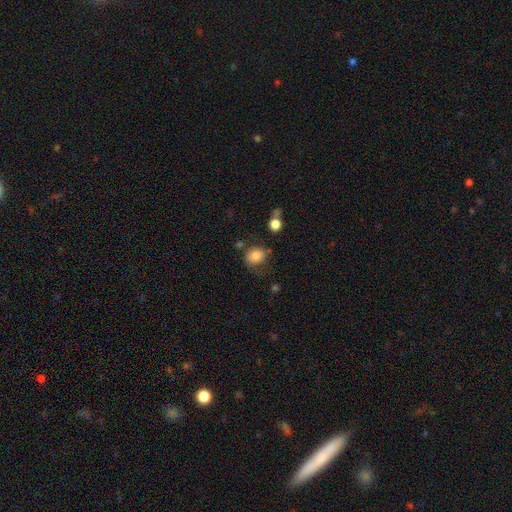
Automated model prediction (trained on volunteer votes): Morphology: type=smooth (78%); roundness=round (70%); merging=none (60%).